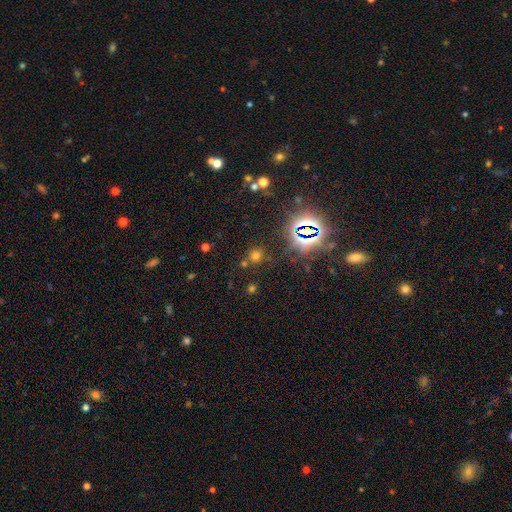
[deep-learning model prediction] The model was most divided on "smooth or featured": smooth: 52%, star or artifact: 41%, featured or disk: 8%. More confident: how rounded — round (86%); merging — none (74%).